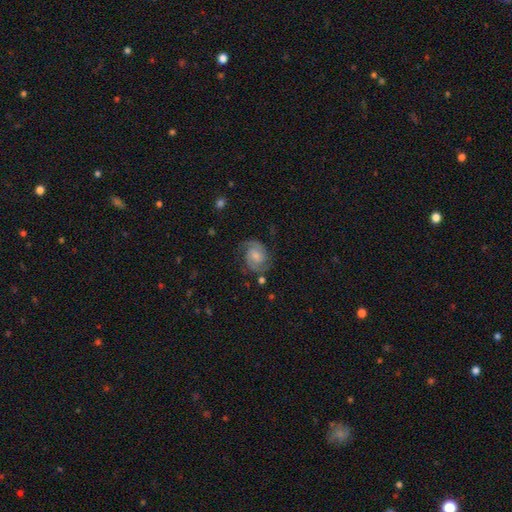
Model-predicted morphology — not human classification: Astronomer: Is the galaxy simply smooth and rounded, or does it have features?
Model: featured or disk — 77%.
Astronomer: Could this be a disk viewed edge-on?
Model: no — 98%.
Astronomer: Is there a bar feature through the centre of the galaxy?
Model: no — 57% (runner-up: weak, 37%).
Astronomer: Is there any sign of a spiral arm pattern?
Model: yes — 96%.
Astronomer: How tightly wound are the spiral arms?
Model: medium — 50% (runner-up: tight, 31%).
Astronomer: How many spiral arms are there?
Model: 2 — 87%.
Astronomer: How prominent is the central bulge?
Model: small — 40% (runner-up: moderate, 39%).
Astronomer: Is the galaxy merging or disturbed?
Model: none — 70%.